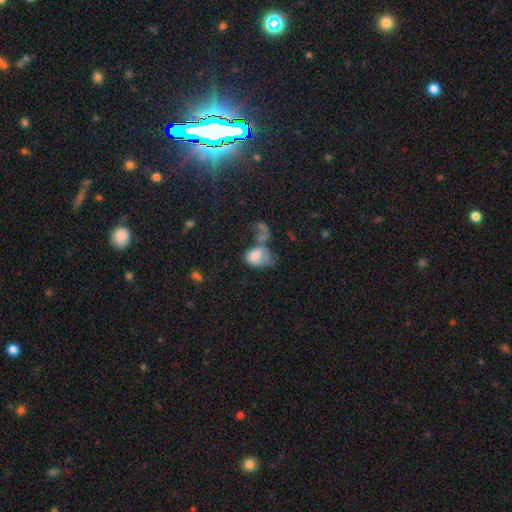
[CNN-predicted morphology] A smooth galaxy with no disk features (69%) that is in between round and cigar-shaped (84%). Merging: merger (44%).